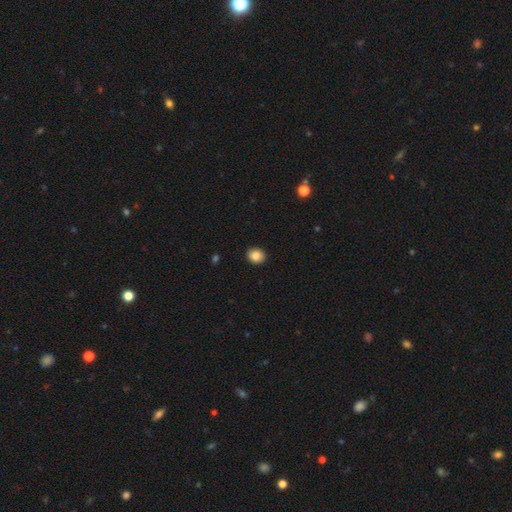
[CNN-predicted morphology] type=smooth (84%); roundness=round (65%); merging=none (91%).